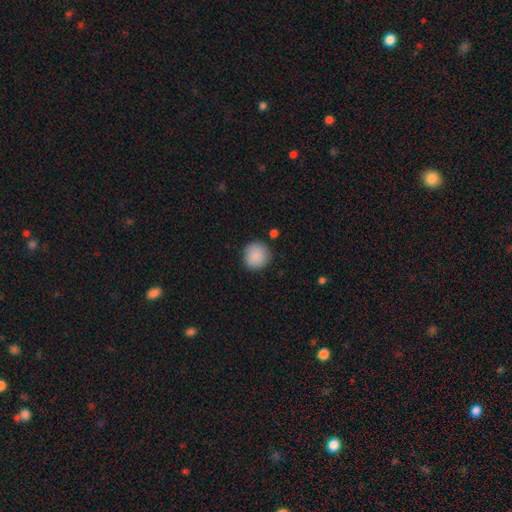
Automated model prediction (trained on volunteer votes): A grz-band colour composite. It shows a smooth galaxy with no disk features (89%) that is round (93%). Merging: none (88%).